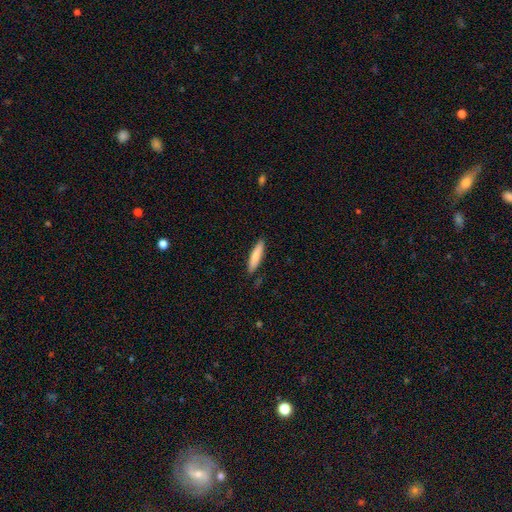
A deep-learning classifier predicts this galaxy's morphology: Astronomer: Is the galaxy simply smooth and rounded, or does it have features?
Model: smooth — 81%.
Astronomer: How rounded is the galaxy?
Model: cigar-shaped — 80%.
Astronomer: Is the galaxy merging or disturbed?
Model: none — 88%.